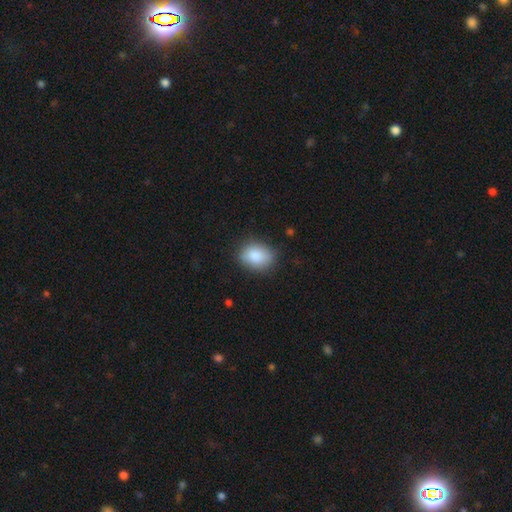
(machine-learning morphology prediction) A smooth galaxy with no disk features (86%) that is in between round and cigar-shaped (66%). Merging: none (78%).